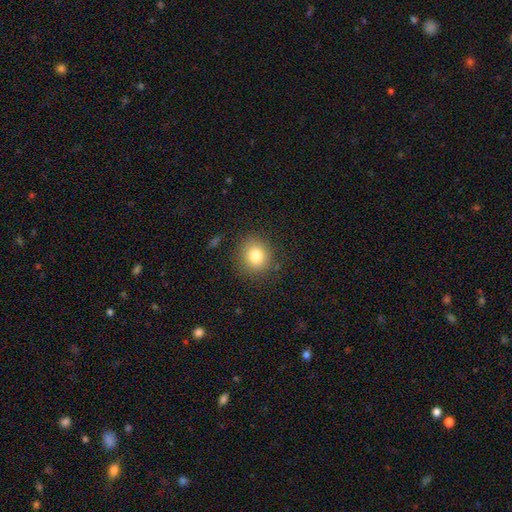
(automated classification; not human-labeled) The model was most divided on "how rounded": round: 83%, in between: 16%, cigar-shaped: 1%. More confident: merging — none (86%); smooth or featured — smooth (80%).